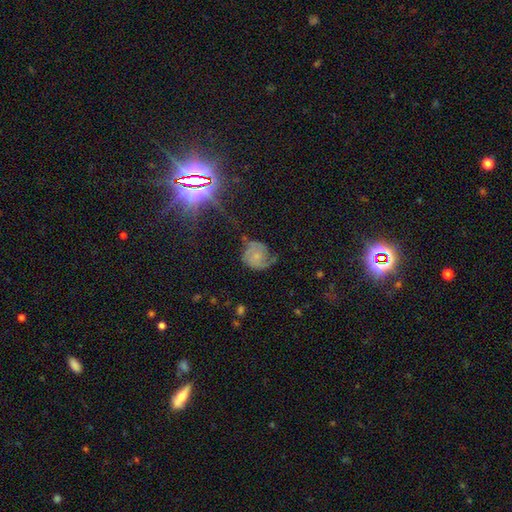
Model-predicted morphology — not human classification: Smooth or featured: featured or disk — 56% (smooth — 32%)
Edge-on disk: no — 97% (yes — 3%)
Bar: no — 76% (weak — 20%)
Spiral arms: yes — 85% (no — 15%)
Bulge size: small — 59% (moderate — 22%)
Merging: none — 50% (minor disturbance — 27%)